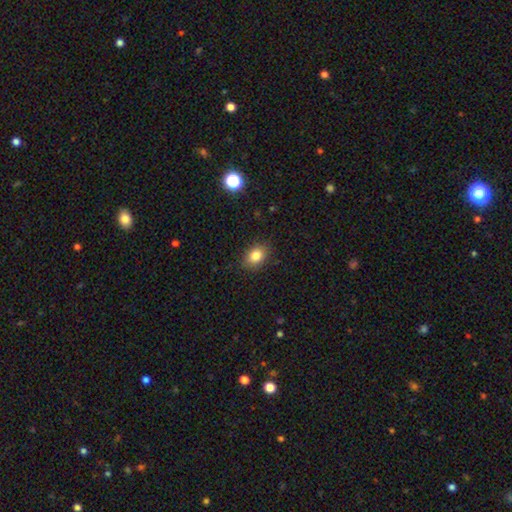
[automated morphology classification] Smooth or featured?
  - smooth: 82% *
  - star or artifact: 11%
  - featured or disk: 7%
How rounded?
  - in between: 66% *
  - round: 33%
  - cigar-shaped: 1%
Merging?
  - none: 85% *
  - minor disturbance: 11%
  - major disturbance: 3%
  - merger: 1%